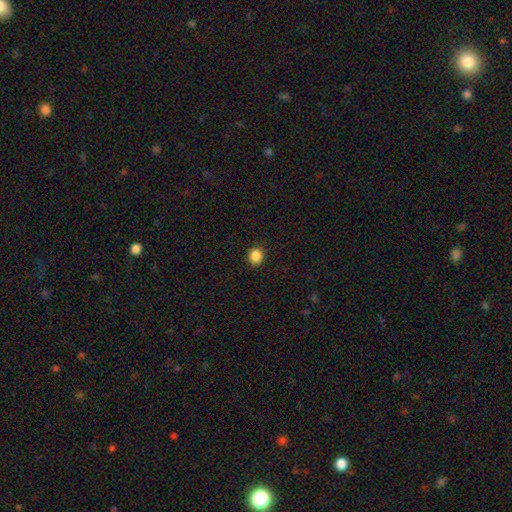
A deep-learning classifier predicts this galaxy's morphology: Q: Smooth or featured?
A: smooth (87%); runner-up: star or artifact (10%)
Q: How rounded?
A: round (84%); runner-up: in between (15%)
Q: Merging?
A: none (92%); runner-up: minor disturbance (6%)